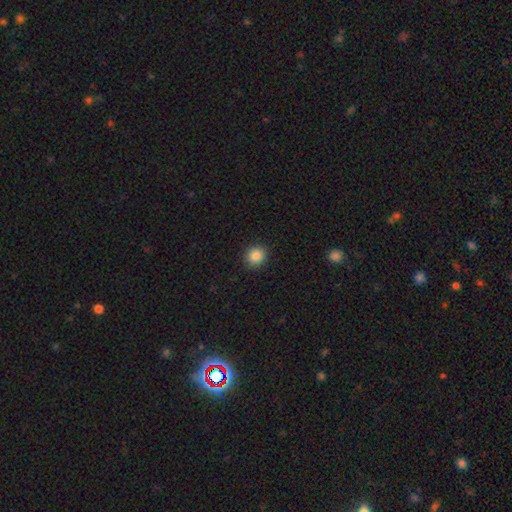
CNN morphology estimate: A smooth galaxy with no disk features (87%) that is round (88%). Merging: none (92%).